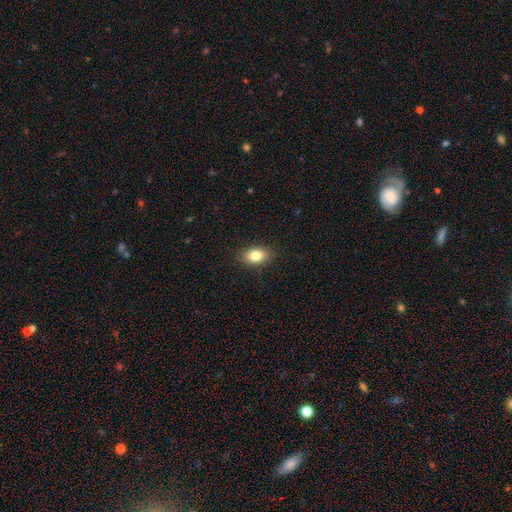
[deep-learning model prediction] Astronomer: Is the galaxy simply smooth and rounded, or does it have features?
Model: smooth — 82%.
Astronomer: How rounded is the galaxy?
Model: in between — 84%.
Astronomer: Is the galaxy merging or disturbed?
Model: none — 87%.